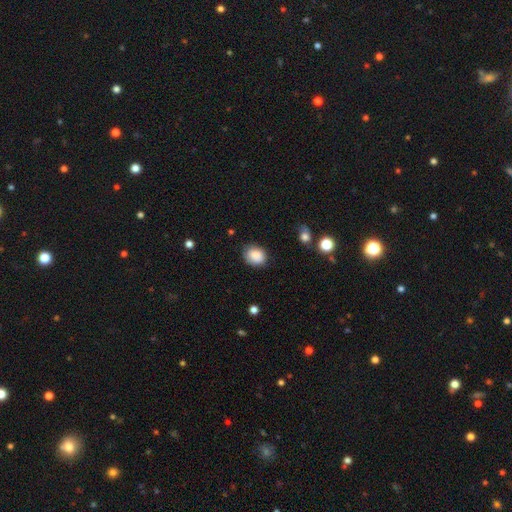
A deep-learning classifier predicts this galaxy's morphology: Overall: smooth (87%). How rounded: in between (53%; round 46%). Merging: none (75%).